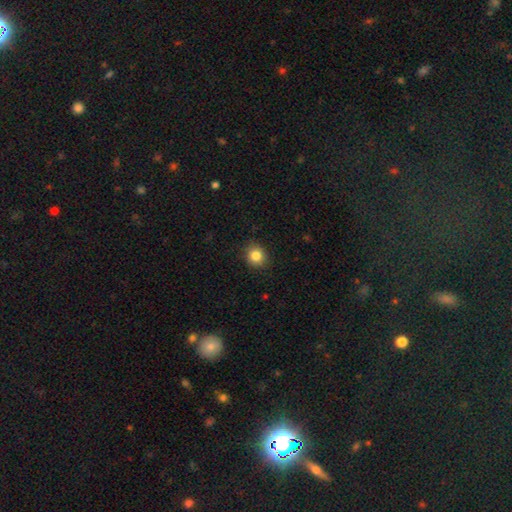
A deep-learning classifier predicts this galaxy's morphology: A smooth galaxy with no disk features (84%) that is round (83%).

Vote fractions:
- Smooth or featured? smooth: 84% / star or artifact: 10% / featured or disk: 6%
- How rounded? round: 83% / in between: 16% / cigar-shaped: 1%
- Merging? none: 89% / minor disturbance: 8% / major disturbance: 2% / merger: 1%